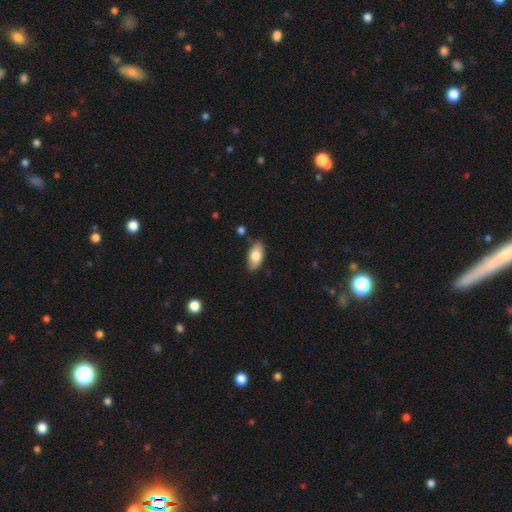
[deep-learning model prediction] Q: Smooth or featured?
A: smooth (80%); runner-up: featured or disk (13%)
Q: How rounded?
A: in between (91%); runner-up: cigar-shaped (6%)
Q: Merging?
A: none (83%); runner-up: minor disturbance (13%)